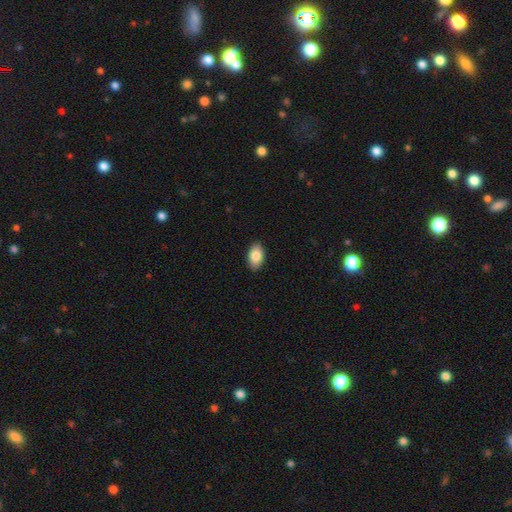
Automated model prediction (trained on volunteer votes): This appears to be a smooth galaxy with no disk features (87%) that is in between round and cigar-shaped (93%). Merging: none (89%).